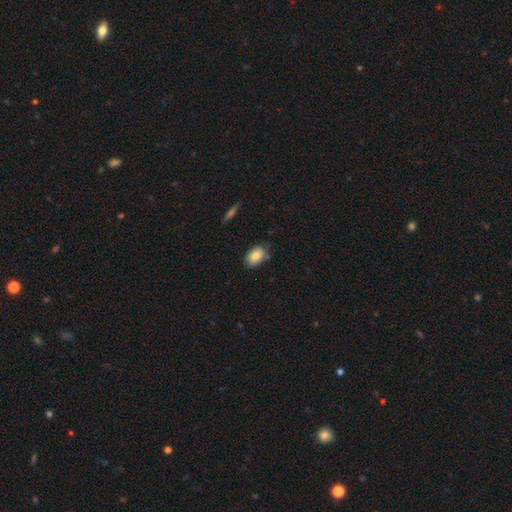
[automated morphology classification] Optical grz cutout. It shows a smooth galaxy with no disk features (81%) that is in between round and cigar-shaped (89%). Merging: none (74%).